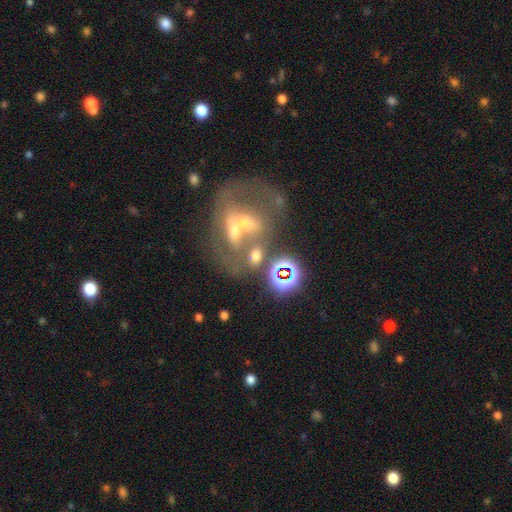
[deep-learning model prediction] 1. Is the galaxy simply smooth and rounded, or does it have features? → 43% smooth, 30% featured or disk, 27% star or artifact.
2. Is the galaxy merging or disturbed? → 56% merger, 24% none, 11% major disturbance, 9% minor disturbance.